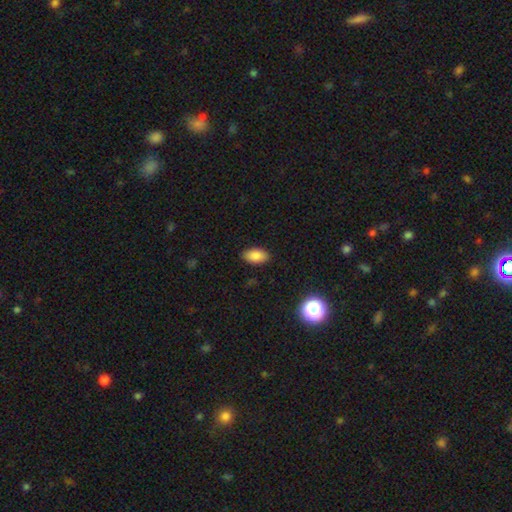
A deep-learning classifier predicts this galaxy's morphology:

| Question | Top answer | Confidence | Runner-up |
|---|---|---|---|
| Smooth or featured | smooth | 86% | star or artifact (9%) |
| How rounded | in between | 93% | round (4%) |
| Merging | none | 88% | minor disturbance (9%) |